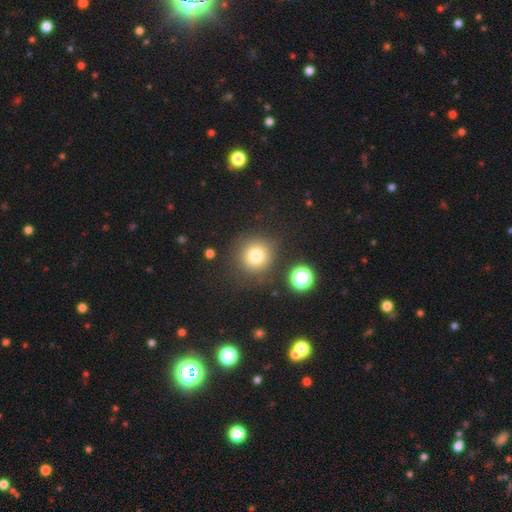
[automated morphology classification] This appears to be a smooth galaxy with no disk features (77%) that is round (93%). Merging: none (83%).